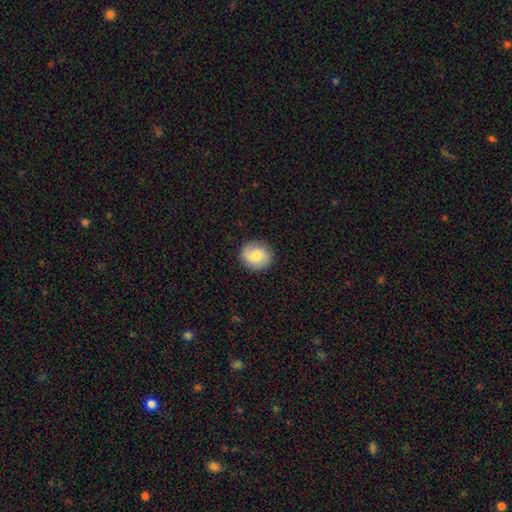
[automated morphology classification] A smooth galaxy with no disk features (63%) that is round (81%).

Vote fractions:
- Smooth or featured? smooth: 63% / featured or disk: 29% / star or artifact: 8%
- How rounded? round: 81% / in between: 18% / cigar-shaped: 1%
- Merging? none: 86% / minor disturbance: 10% / major disturbance: 3% / merger: 1%